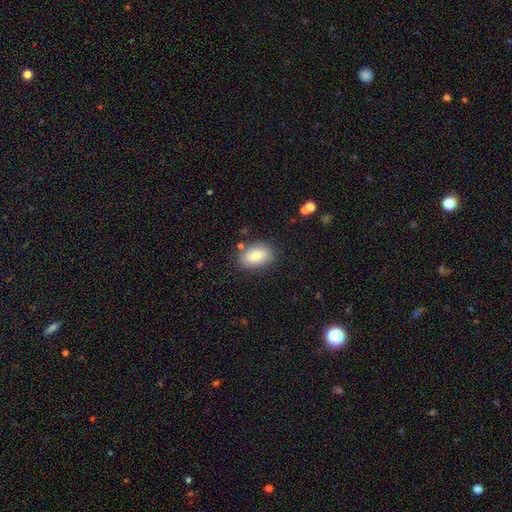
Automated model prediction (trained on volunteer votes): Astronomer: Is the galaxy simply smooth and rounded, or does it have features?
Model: smooth — 82%.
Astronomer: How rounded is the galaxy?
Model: in between — 90%.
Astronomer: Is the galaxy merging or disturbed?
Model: none — 79%.